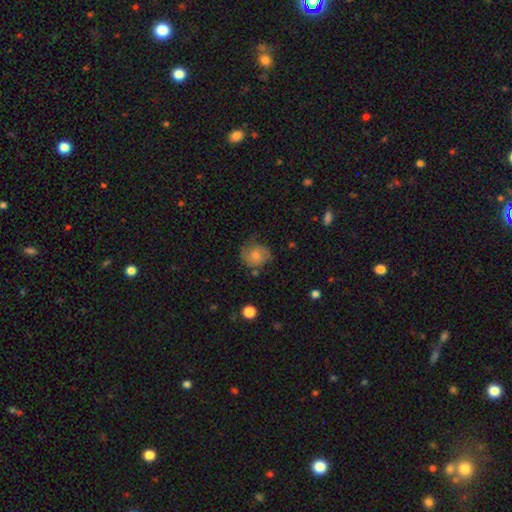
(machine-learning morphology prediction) Overall: smooth (51%; featured or disk 41%). How rounded: round (76%). Merging: none (59%; minor disturbance 26%).